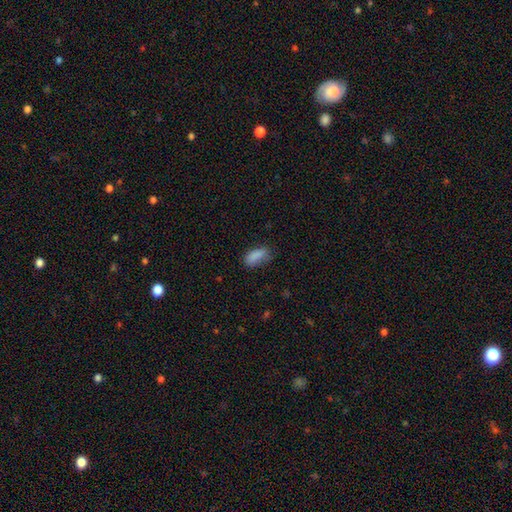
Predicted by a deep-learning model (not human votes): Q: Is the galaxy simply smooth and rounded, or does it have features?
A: smooth — 86%.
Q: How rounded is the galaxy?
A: in between — 87%.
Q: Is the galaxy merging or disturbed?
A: none — 60%.